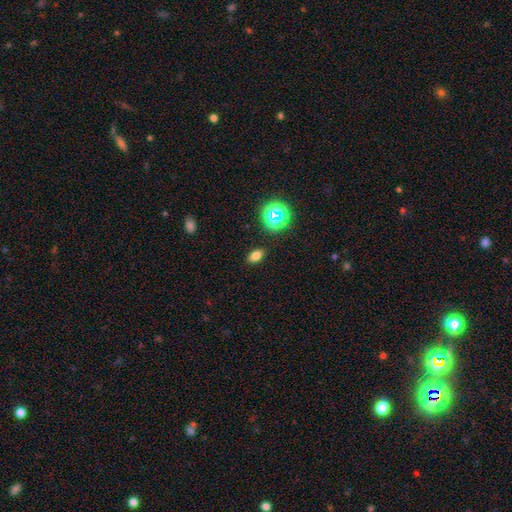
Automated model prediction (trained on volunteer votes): smooth-or-featured: smooth: 73% | star or artifact: 19% | featured or disk: 8%
  how-rounded: in between: 86% | round: 11% | cigar-shaped: 4%
  merging: none: 88% | minor disturbance: 8% | major disturbance: 2% | merger: 1%